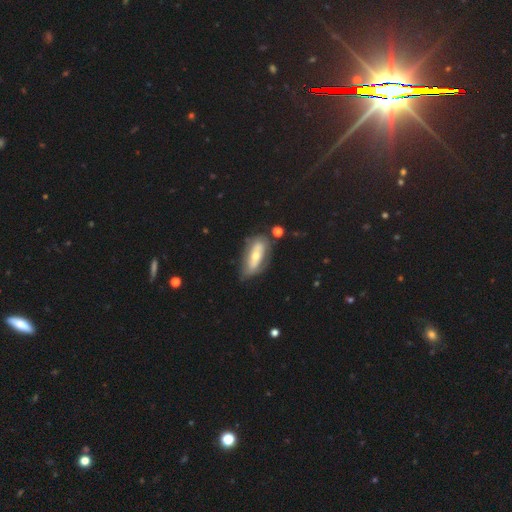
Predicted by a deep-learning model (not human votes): featured or disk 54%, smooth 40%, star or artifact 6%. Down the decision tree: edge-on disk — no (79%); merging — none (63%).